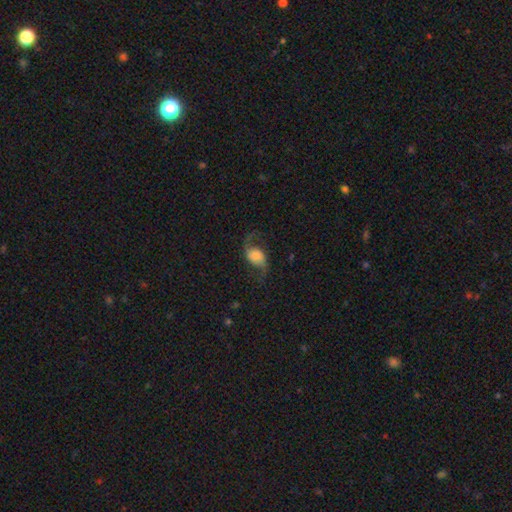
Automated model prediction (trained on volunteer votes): Smooth or featured? featured or disk (71%)
Edge-on disk? no (96%)
Bar? no (61%)
Spiral arms? yes (94%)
Spiral winding? loose (77%)
Spiral arm count? 2 (92%)
Bulge size? moderate (28%, tied with large)
Merging? none (68%)